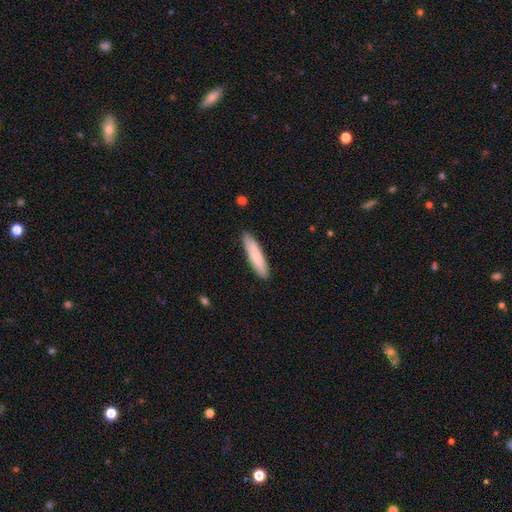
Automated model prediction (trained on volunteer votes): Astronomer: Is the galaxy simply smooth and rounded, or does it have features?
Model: smooth — 78%.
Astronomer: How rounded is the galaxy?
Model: cigar-shaped — 82%.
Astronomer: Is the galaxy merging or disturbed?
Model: none — 89%.